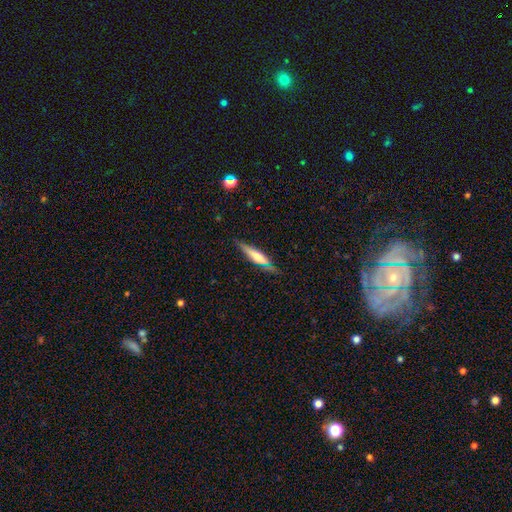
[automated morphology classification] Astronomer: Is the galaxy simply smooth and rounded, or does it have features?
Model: smooth — 50% (runner-up: featured or disk, 43%).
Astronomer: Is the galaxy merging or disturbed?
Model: none — 78%.